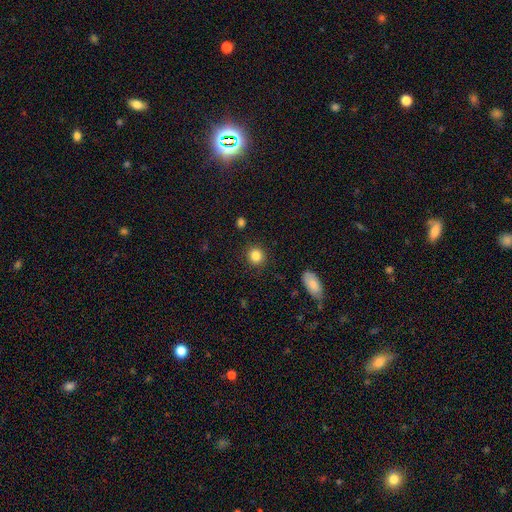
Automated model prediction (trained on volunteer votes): This appears to be a smooth galaxy with no disk features (85%) that is round (89%). Merging: none (90%).